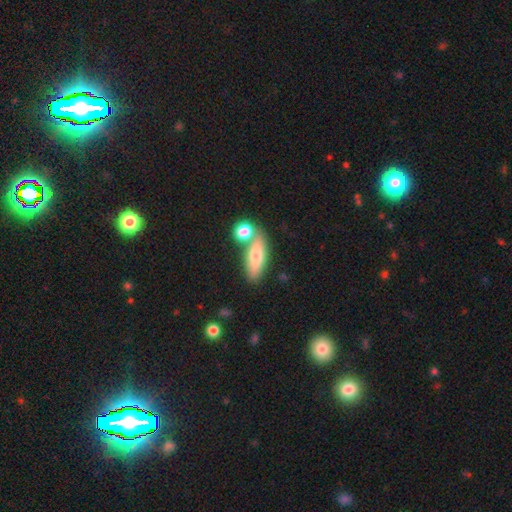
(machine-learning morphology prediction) Q: Smooth or featured?
A: smooth (70%); runner-up: featured or disk (23%)
Q: How rounded?
A: in between (60%); runner-up: cigar-shaped (35%)
Q: Merging?
A: none (56%); runner-up: merger (28%)